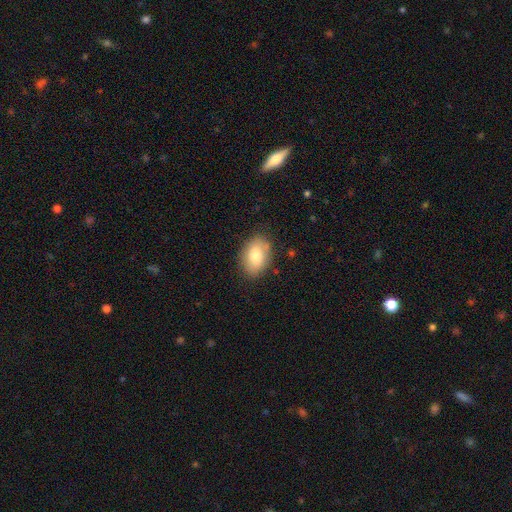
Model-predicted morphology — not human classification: smooth_or_featured: smooth (p=0.76) [alt: featured or disk p=0.17]
how_rounded: in between (p=0.80) [alt: round p=0.19]
merging: none (p=0.82) [alt: minor disturbance p=0.14]